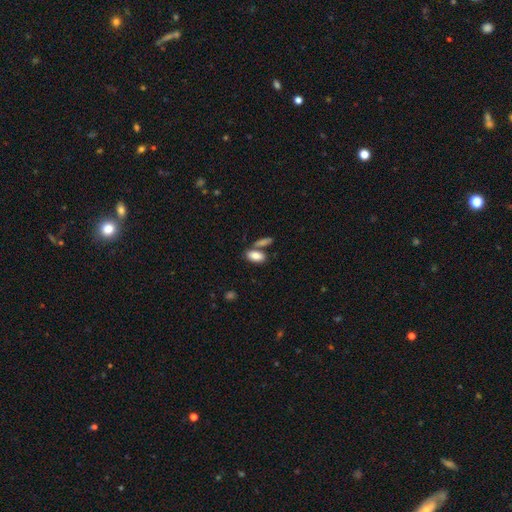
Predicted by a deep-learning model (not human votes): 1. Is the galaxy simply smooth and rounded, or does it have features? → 84% smooth, 9% featured or disk, 7% star or artifact.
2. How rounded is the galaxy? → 90% in between, 7% cigar-shaped, 3% round.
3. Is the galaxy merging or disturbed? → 60% none, 25% merger, 12% minor disturbance, 4% major disturbance.